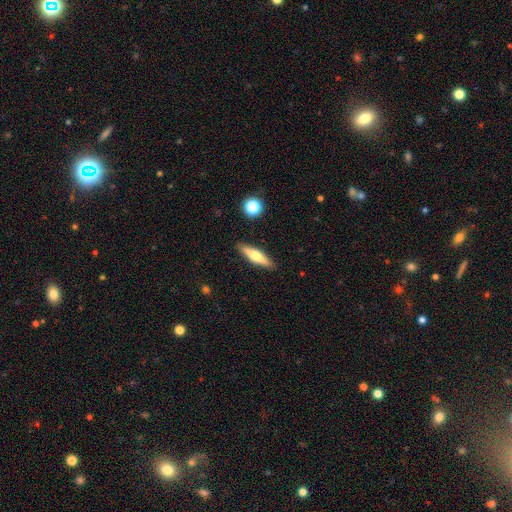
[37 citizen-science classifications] Smooth or featured: featured or disk — 49% (smooth — 46%)
Edge-on disk: yes — 100%
Edge-on bulge: rounded — 100%
Merging: none — 89% (merger — 6%)